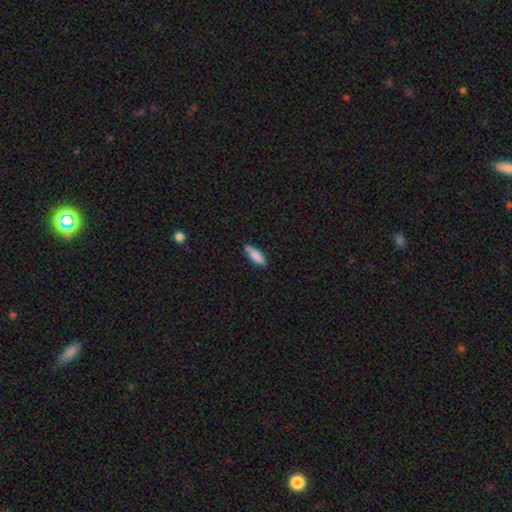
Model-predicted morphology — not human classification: smooth 84%, featured or disk 9%, star or artifact 7%. Down the decision tree: how rounded — in between (56%); merging — none (66%).